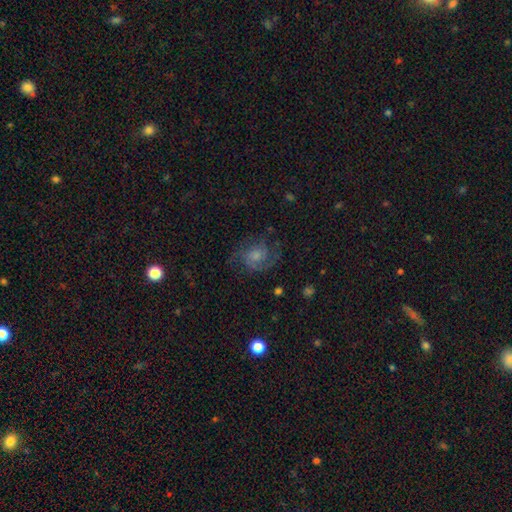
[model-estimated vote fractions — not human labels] Smooth or featured? featured or disk (67%)
Edge-on disk? no (98%)
Bar? no (70%)
Spiral arms? yes (91%)
Spiral winding? medium (49%)
Spiral arm count? 2 (55%)
Bulge size? small (37%, tied with moderate)
Merging? none (65%)